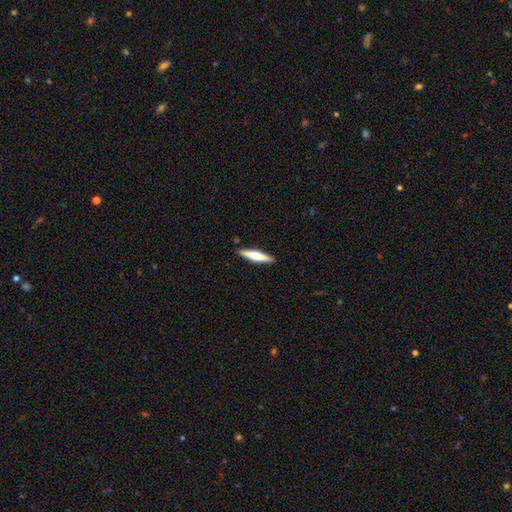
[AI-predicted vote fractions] smooth-or-featured: smooth: 49% | featured or disk: 46% | star or artifact: 5%
  merging: none: 90% | minor disturbance: 7% | major disturbance: 2% | merger: 1%